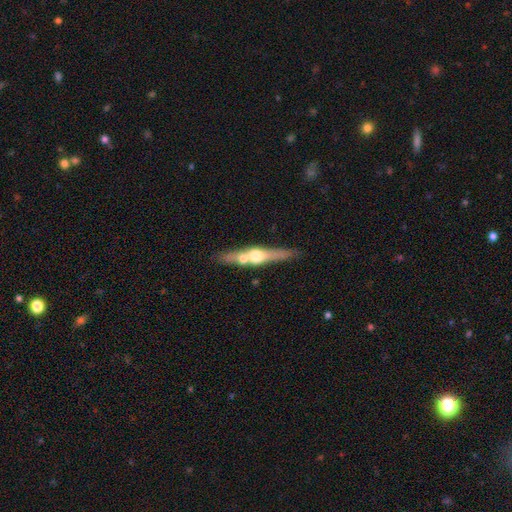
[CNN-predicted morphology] A featured or disk galaxy (65%) viewed edge-on (93%) with a rounded central bulge (94%). Merging: none (65%).